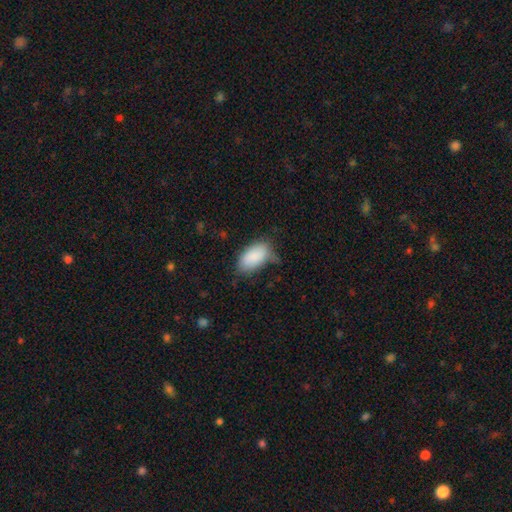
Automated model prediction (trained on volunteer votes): smooth 87%, star or artifact 6%, featured or disk 6%. Down the decision tree: how rounded — in between (95%); merging — none (55%).